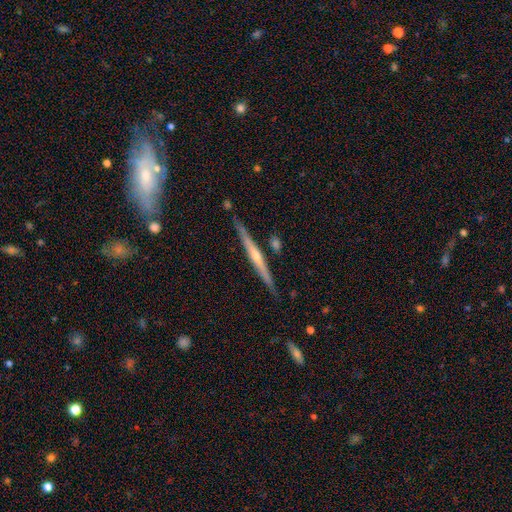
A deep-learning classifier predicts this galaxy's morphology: Smooth or featured: featured or disk — 78% (smooth — 14%)
Edge-on disk: yes — 97% (no — 3%)
Edge-on bulge: rounded — 79% (none — 13%)
Merging: none — 86% (minor disturbance — 9%)